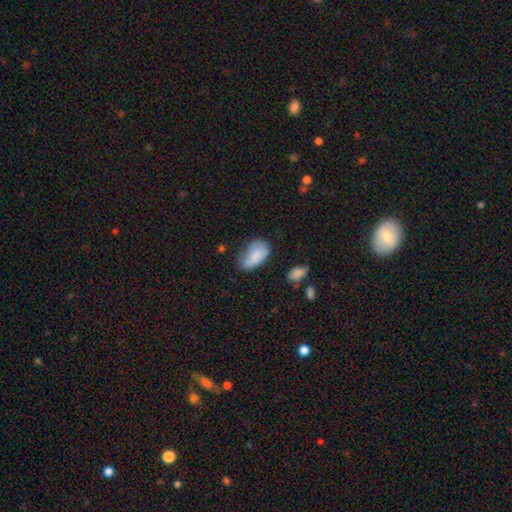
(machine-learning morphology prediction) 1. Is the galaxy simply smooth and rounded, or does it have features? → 78% smooth, 14% featured or disk, 8% star or artifact.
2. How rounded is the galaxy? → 91% in between, 6% round, 3% cigar-shaped.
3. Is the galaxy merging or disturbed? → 43% none, 37% minor disturbance, 15% major disturbance, 5% merger.